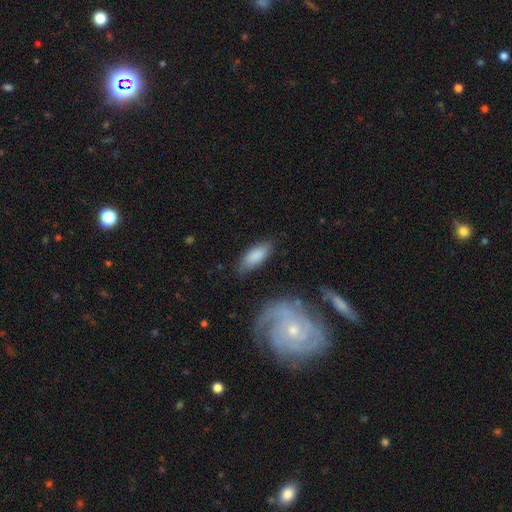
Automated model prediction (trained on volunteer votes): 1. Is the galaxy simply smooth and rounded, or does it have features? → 82% smooth, 12% featured or disk, 6% star or artifact.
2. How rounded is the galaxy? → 75% in between, 23% cigar-shaped, 2% round.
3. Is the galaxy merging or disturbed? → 75% none, 18% minor disturbance, 4% major disturbance, 3% merger.